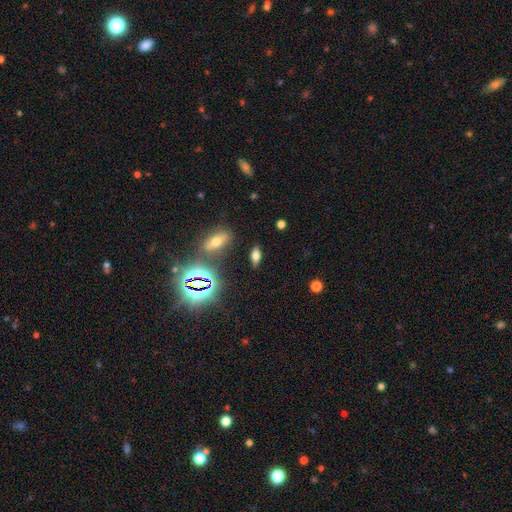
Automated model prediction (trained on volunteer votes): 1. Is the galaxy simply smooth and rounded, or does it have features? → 57% smooth, 22% star or artifact, 21% featured or disk.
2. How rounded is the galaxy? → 70% in between, 23% cigar-shaped, 7% round.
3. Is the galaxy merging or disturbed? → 84% none, 10% minor disturbance, 4% merger, 3% major disturbance.